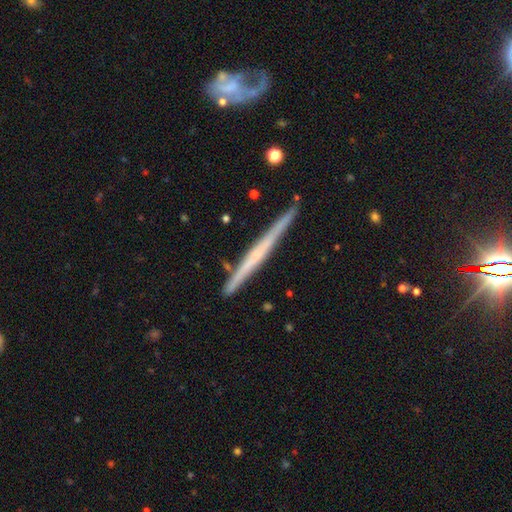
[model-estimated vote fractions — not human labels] smooth-or-featured: featured or disk: 63% | smooth: 31% | star or artifact: 6%
  disk-edge-on: yes: 97% | no: 3%
    edge-on-bulge: none: 82% | rounded: 13% | boxy: 6%
  merging: none: 86% | minor disturbance: 10% | merger: 2% | major disturbance: 2%